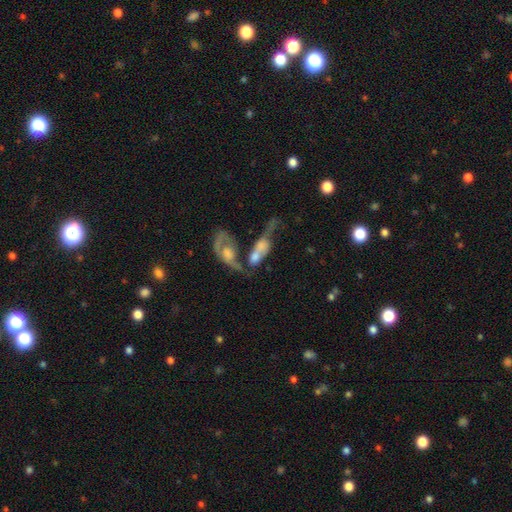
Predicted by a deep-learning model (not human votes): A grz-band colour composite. It shows a featured or disk galaxy (46%). Merging: merger (68%).